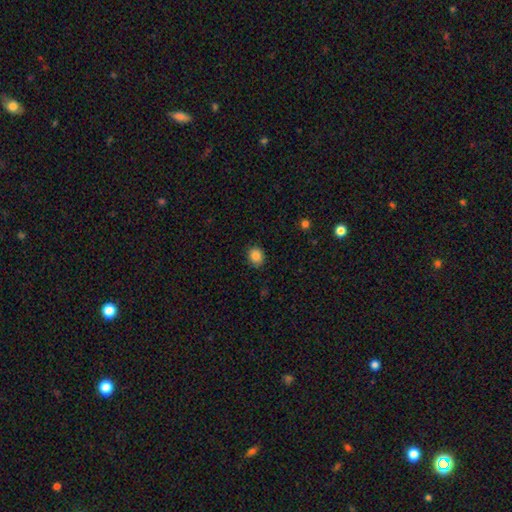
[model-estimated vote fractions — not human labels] smooth 86%, star or artifact 9%, featured or disk 4%. Down the decision tree: how rounded — round (58%); merging — none (86%).